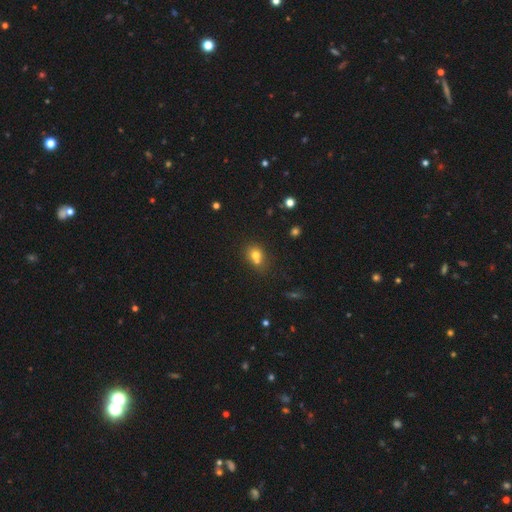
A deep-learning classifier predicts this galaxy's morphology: smooth-or-featured: smooth: 70% | star or artifact: 16% | featured or disk: 14%
  how-rounded: round: 66% | in between: 33% | cigar-shaped: 1%
  merging: merger: 46% | none: 40% | minor disturbance: 10% | major disturbance: 4%